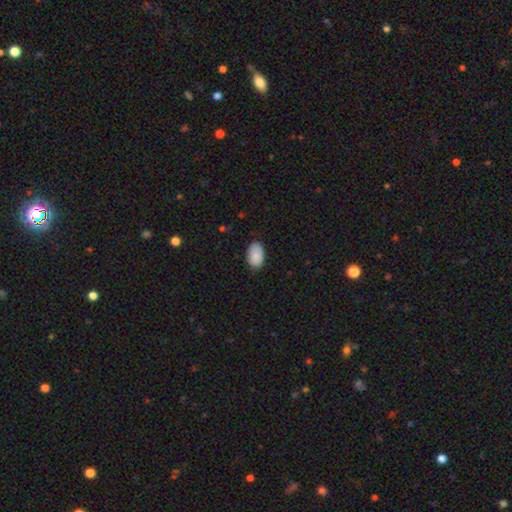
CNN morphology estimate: A smooth galaxy with no disk features (88%) that is in between round and cigar-shaped (90%). Merging: none (81%).